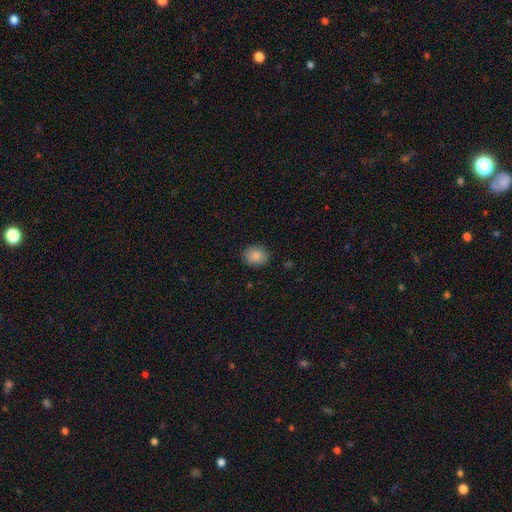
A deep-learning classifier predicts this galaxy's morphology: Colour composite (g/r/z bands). It shows a smooth galaxy with no disk features (87%) that is round (61%). Merging: none (88%).